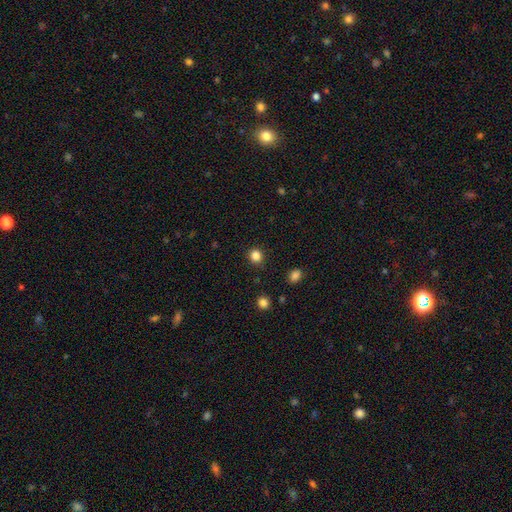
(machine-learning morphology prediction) Smooth or featured? Predicted: smooth (p=0.84). How rounded? Predicted: round (p=0.84). Merging? Predicted: none (p=0.88).